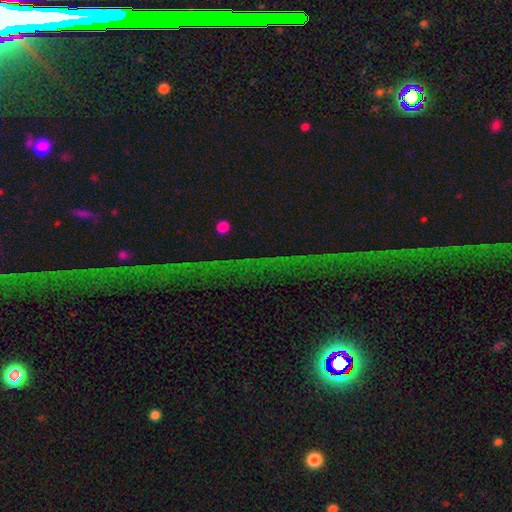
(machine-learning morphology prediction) Smooth or featured?
  - star or artifact: 73% *
  - featured or disk: 15%
  - smooth: 13%